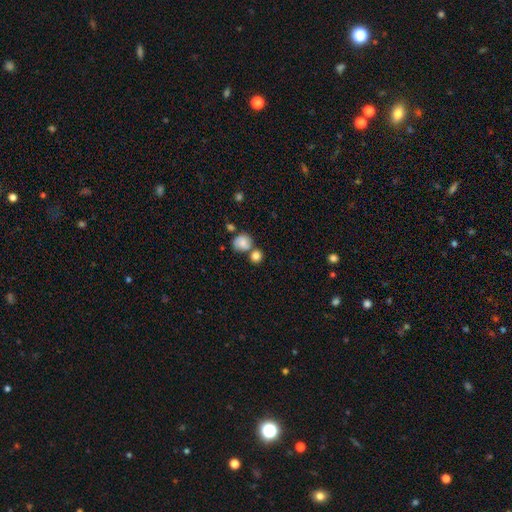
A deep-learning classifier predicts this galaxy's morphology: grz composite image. It shows a smooth galaxy with no disk features (79%) that is round (82%). Merging: none (52%).